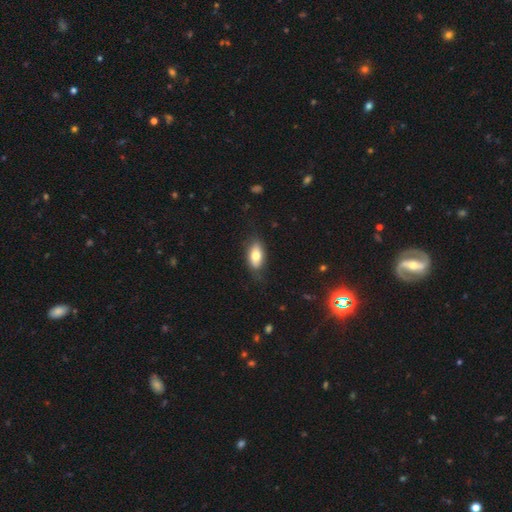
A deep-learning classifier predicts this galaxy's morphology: type=smooth (73%); roundness=in between (88%); merging=none (77%).